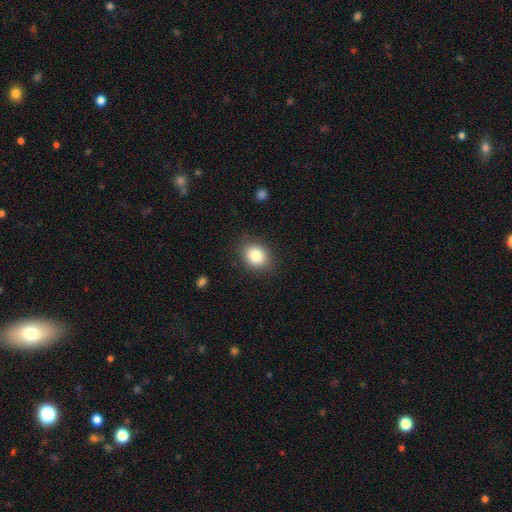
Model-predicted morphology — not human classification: Smooth or featured? Predicted: smooth (p=0.84). How rounded? Predicted: round (p=0.50). Merging? Predicted: none (p=0.86).